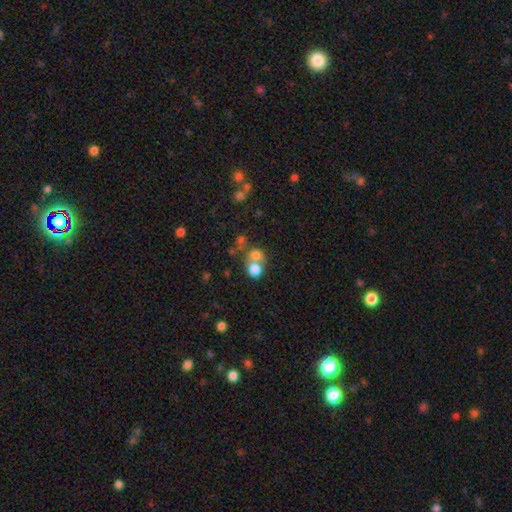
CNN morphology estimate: Overall: smooth (71%). How rounded: round (75%). Merging: merger (53%; none 36%).